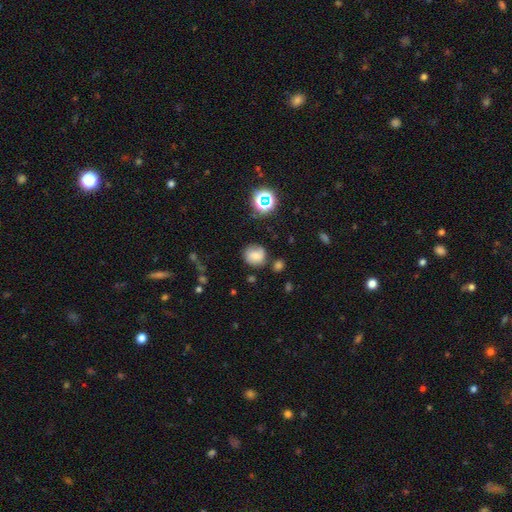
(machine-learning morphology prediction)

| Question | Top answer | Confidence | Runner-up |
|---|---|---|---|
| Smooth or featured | smooth | 64% | featured or disk (20%) |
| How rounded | round | 86% | in between (13%) |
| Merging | none | 73% | minor disturbance (17%) |